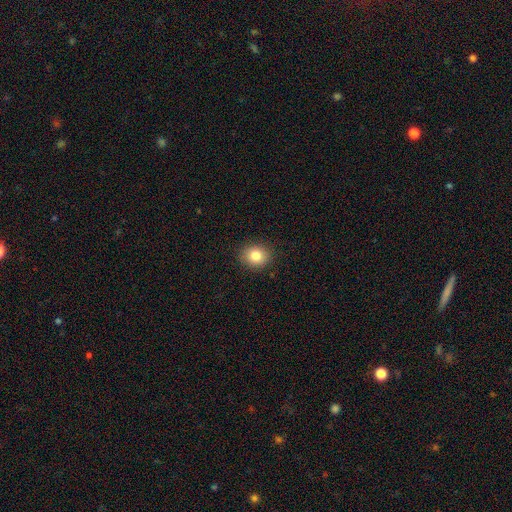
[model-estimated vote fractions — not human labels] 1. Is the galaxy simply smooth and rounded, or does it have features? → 82% smooth, 10% star or artifact, 7% featured or disk.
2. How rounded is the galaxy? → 69% round, 30% in between, 1% cigar-shaped.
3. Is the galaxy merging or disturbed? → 90% none, 7% minor disturbance, 2% major disturbance, 1% merger.